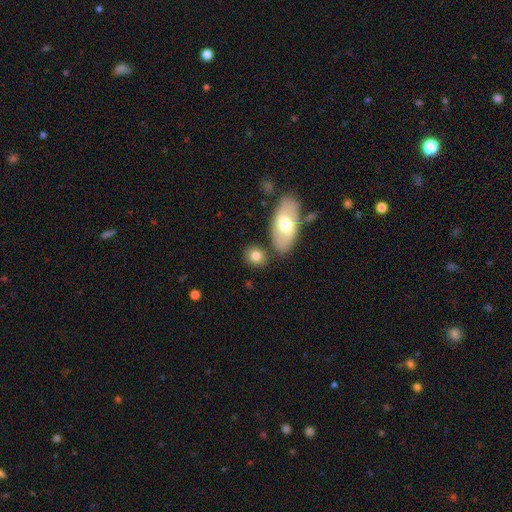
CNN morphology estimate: A smooth galaxy with no disk features (78%) that is round (49%). Merging: none (73%).